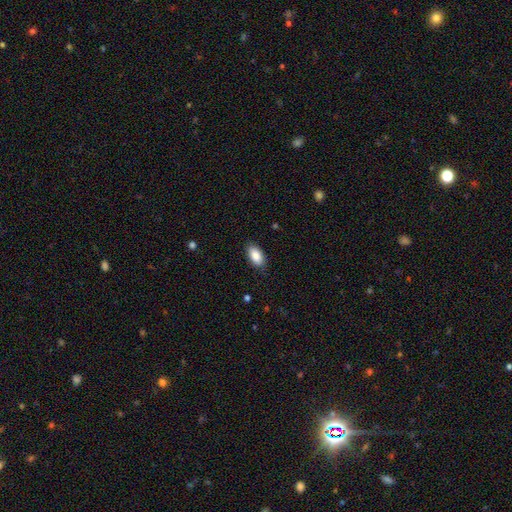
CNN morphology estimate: The model was most divided on "merging": none: 86%, minor disturbance: 11%, major disturbance: 2%, merger: 1%. More confident: how rounded — in between (93%); smooth or featured — smooth (88%).